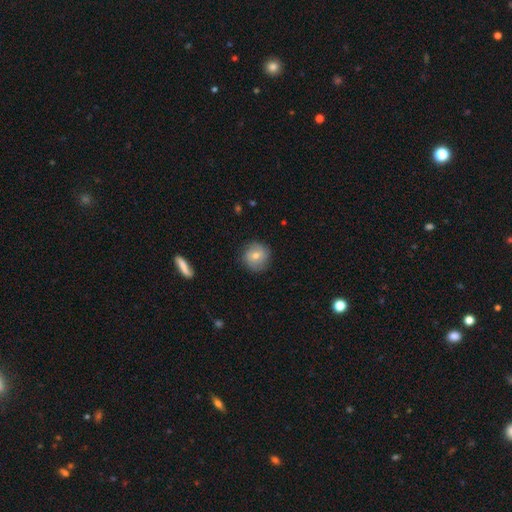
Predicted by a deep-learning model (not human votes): A smooth galaxy with no disk features (66%) that is round (91%). Merging: none (83%).